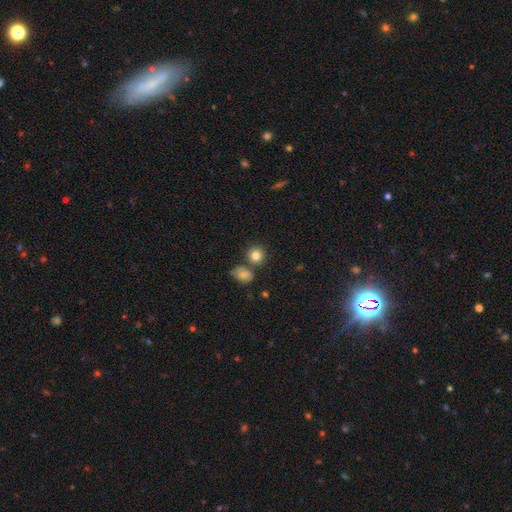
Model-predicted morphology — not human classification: This appears to be a smooth galaxy with no disk features (83%) that is round (86%). Merging: none (70%).